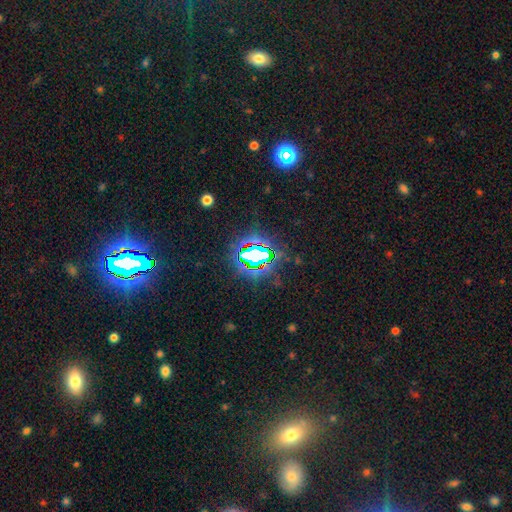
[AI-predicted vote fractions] This is likely a star or artifact rather than a galaxy (74%).